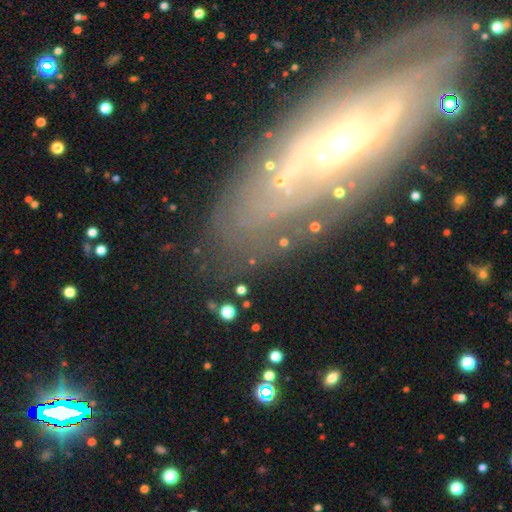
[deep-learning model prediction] This appears to be a featured or disk galaxy (72%) with no bar (62%), spiral arms (65%) and a moderate central bulge (47%). Merging: none (78%).